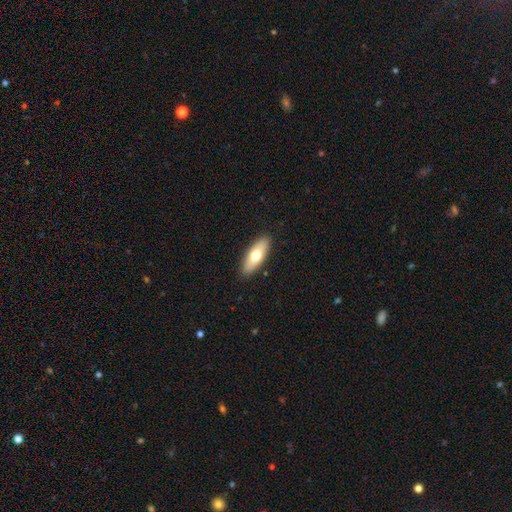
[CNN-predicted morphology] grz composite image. It shows a smooth galaxy with no disk features (67%) that is in between round and cigar-shaped (68%). Merging: none (90%).